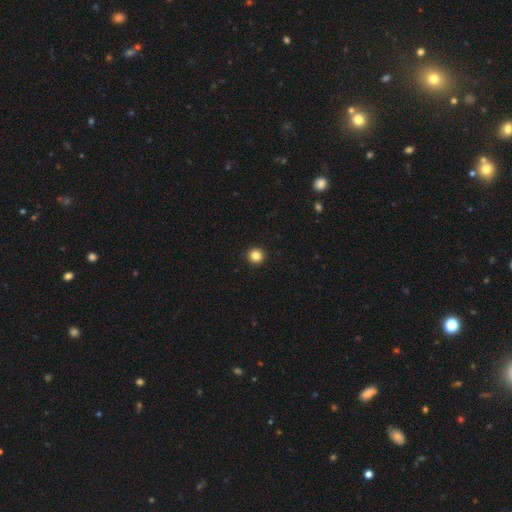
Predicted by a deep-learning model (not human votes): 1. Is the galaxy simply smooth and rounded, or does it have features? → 85% smooth, 11% star or artifact, 4% featured or disk.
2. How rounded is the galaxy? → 96% round, 3% in between, 1% cigar-shaped.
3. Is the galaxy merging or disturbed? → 94% none, 3% minor disturbance, 1% major disturbance, 1% merger.